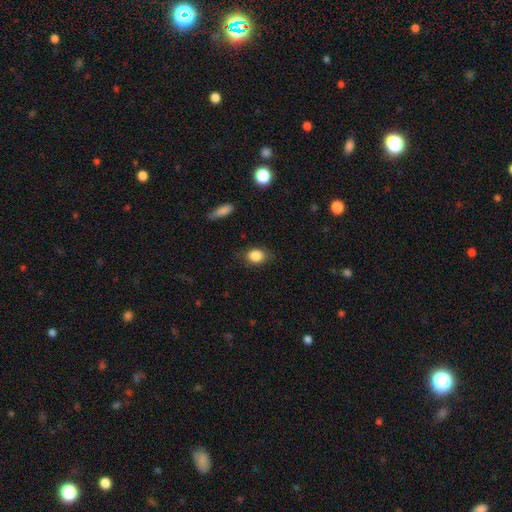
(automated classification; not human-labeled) Smooth or featured? Predicted: smooth (p=0.85). How rounded? Predicted: in between (p=0.60). Merging? Predicted: none (p=0.77).